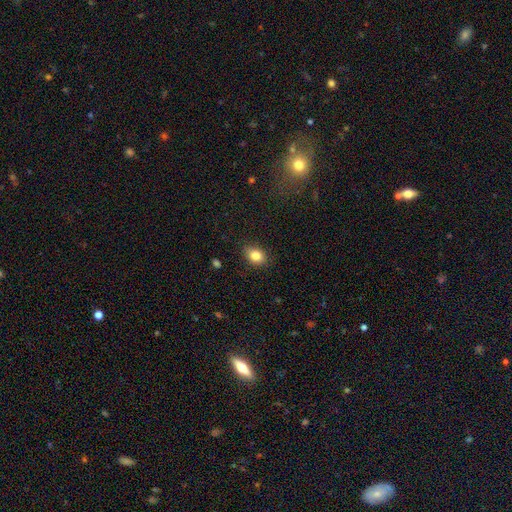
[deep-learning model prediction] Morphology: type=smooth (84%); roundness=in between (74%); merging=none (86%).